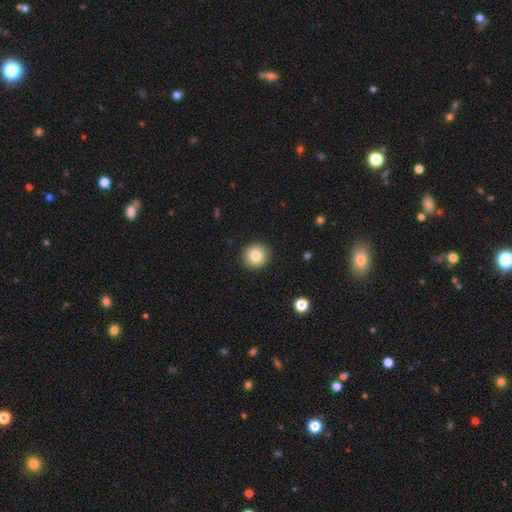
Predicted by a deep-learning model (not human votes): smooth_or_featured: smooth (p=0.82) [alt: star or artifact p=0.09]
how_rounded: round (p=0.91) [alt: in between p=0.08]
merging: none (p=0.91) [alt: minor disturbance p=0.06]